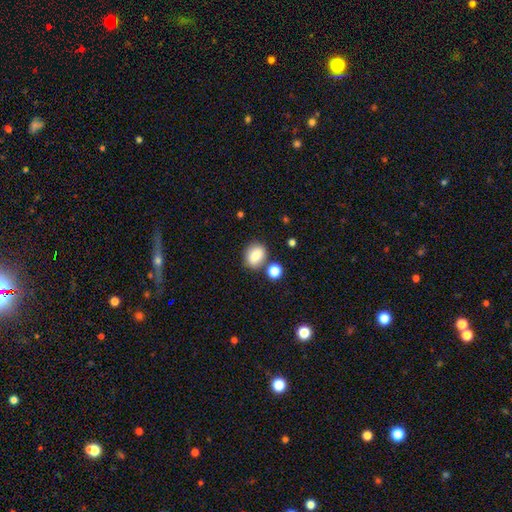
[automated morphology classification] Smooth or featured? Predicted: smooth (p=0.82). How rounded? Predicted: in between (p=0.58). Merging? Predicted: none (p=0.71).